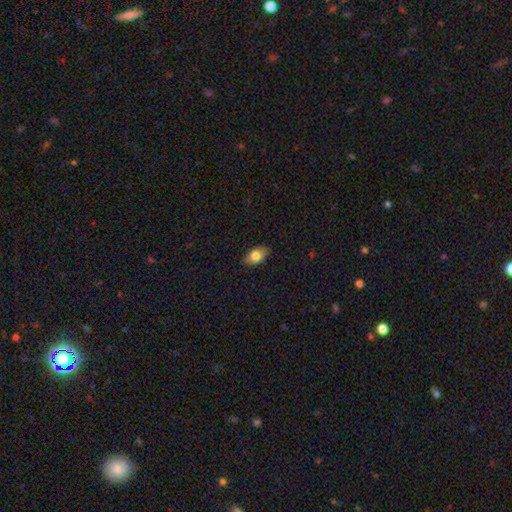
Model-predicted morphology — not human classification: Overall: smooth (79%). How rounded: in between (91%). Merging: none (87%).